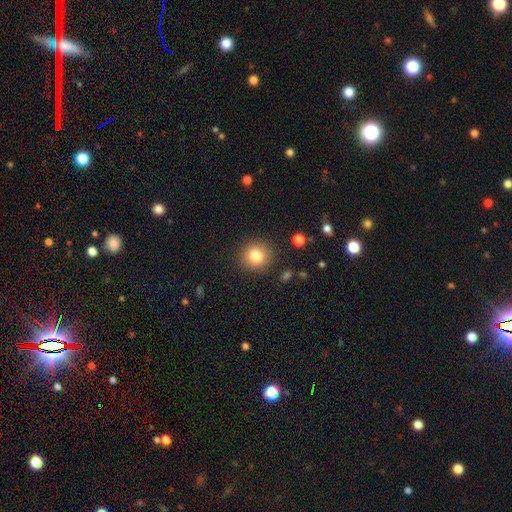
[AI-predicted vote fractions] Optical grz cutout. It shows a smooth galaxy with no disk features (82%) that is round (91%). Merging: none (89%).